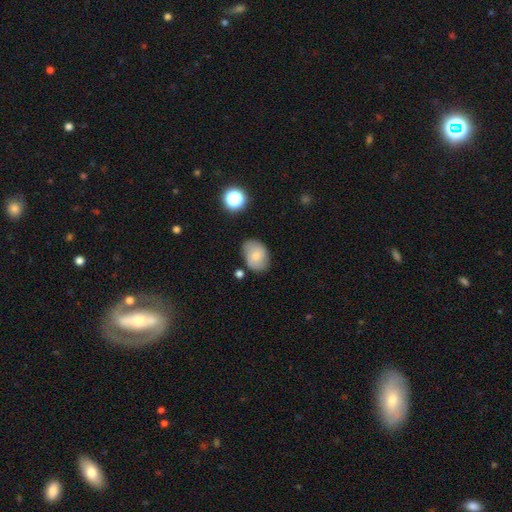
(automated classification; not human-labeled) Smooth or featured: smooth — 70% (featured or disk — 21%)
How rounded: in between — 70% (round — 29%)
Merging: none — 69% (minor disturbance — 22%)